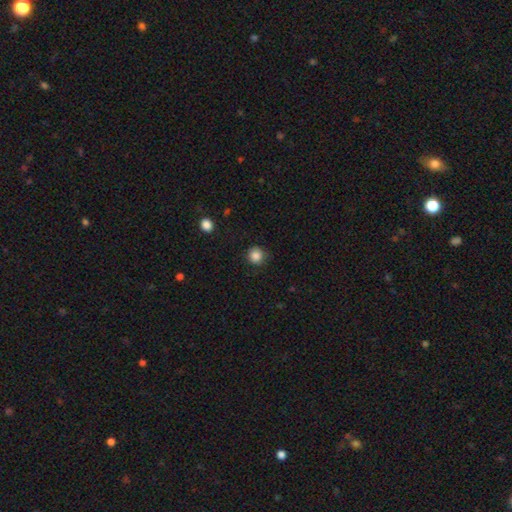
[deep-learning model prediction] This appears to be a smooth galaxy with no disk features (86%) that is round (93%). Merging: none (86%).